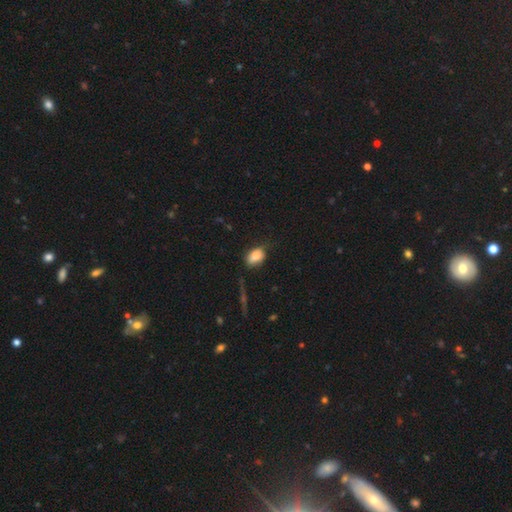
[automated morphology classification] Smooth or featured: smooth — 81% (featured or disk — 10%)
How rounded: in between — 85% (round — 13%)
Merging: none — 63% (minor disturbance — 27%)